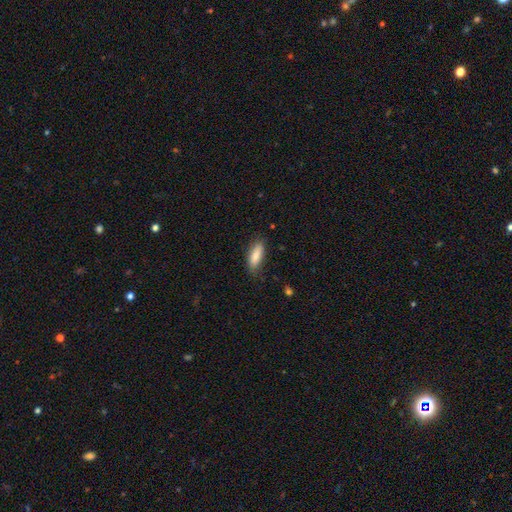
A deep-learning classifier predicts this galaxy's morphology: The model was most divided on "how rounded": in between: 62%, cigar-shaped: 37%, round: 2%. More confident: smooth or featured — smooth (81%); merging — none (81%).